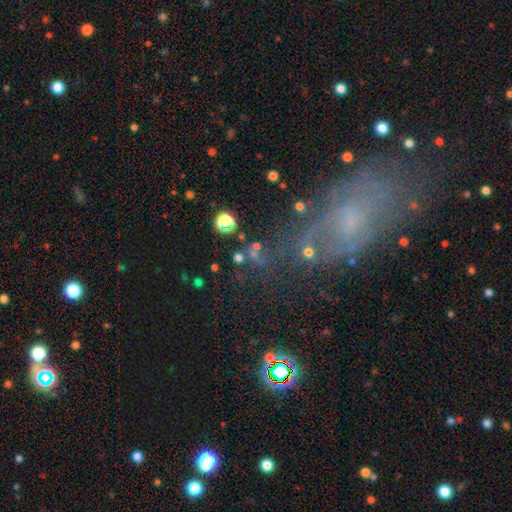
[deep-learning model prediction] smooth-or-featured: star or artifact: 41% | smooth: 33% | featured or disk: 25%